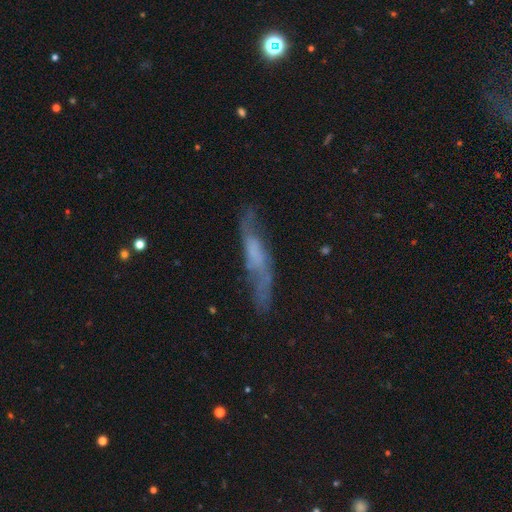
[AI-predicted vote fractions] A featured or disk galaxy (60%).

Vote fractions:
- Smooth or featured? featured or disk: 60% / smooth: 29% / star or artifact: 11%
- Edge-on disk? no: 52% / yes: 48%
- Merging? none: 62% / minor disturbance: 24% / major disturbance: 11% / merger: 3%